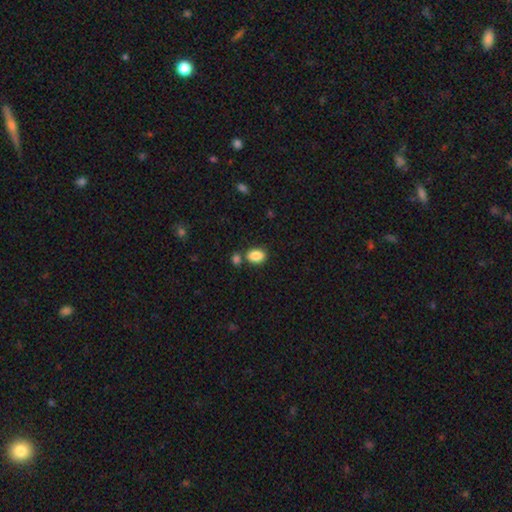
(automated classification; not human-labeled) smooth 87%, star or artifact 8%, featured or disk 5%. Down the decision tree: how rounded — in between (79%); merging — none (68%).